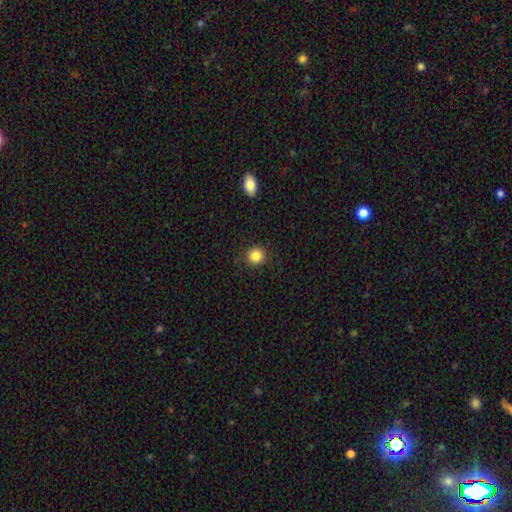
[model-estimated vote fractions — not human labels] This appears to be a smooth galaxy with no disk features (85%) that is round (92%). Merging: none (90%).